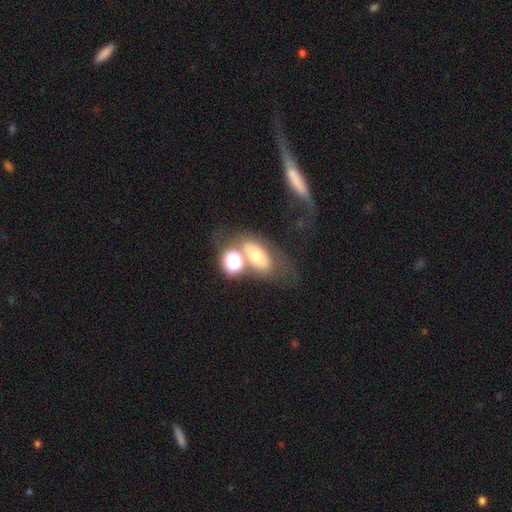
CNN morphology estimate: This appears to be a smooth galaxy with no disk features (52%) that is in between round and cigar-shaped (75%). Merging: merger (35%).